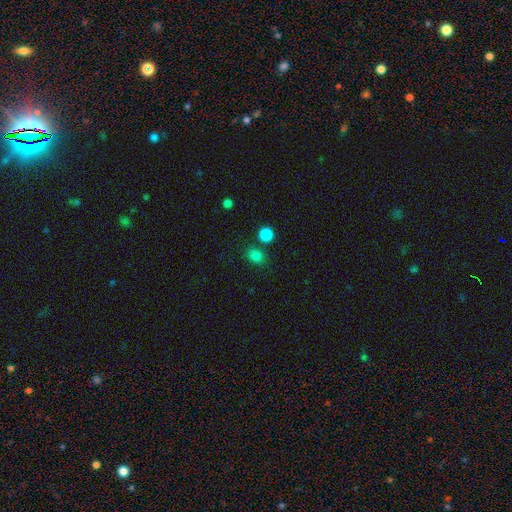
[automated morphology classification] smooth-or-featured: smooth: 83% | star or artifact: 13% | featured or disk: 4%
  how-rounded: round: 62% | in between: 37% | cigar-shaped: 1%
  merging: none: 76% | merger: 12% | minor disturbance: 9% | major disturbance: 3%